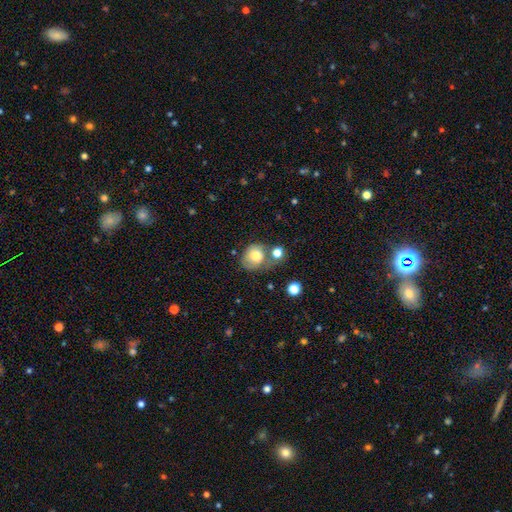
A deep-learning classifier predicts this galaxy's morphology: Smooth or featured? smooth (73%)
How rounded? round (69%)
Merging? none (44%)